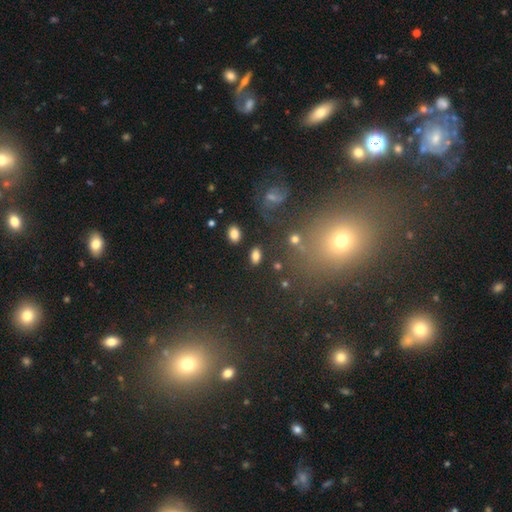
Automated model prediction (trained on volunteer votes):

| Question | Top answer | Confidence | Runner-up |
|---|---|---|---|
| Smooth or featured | smooth | 80% | star or artifact (11%) |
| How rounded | in between | 89% | round (8%) |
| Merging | none | 83% | minor disturbance (10%) |